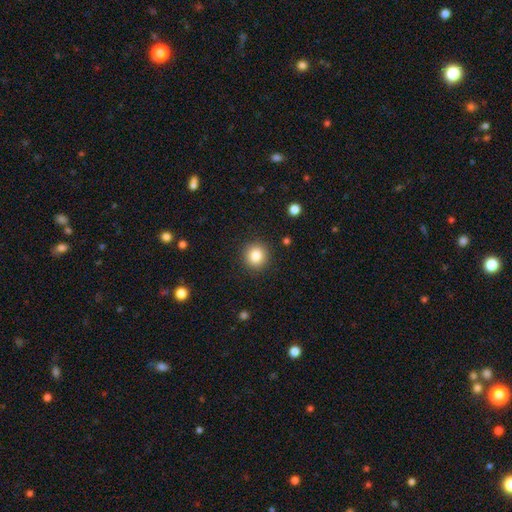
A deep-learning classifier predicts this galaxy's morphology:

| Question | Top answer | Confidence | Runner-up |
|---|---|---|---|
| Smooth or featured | smooth | 85% | star or artifact (10%) |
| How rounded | round | 92% | in between (7%) |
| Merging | none | 91% | minor disturbance (6%) |